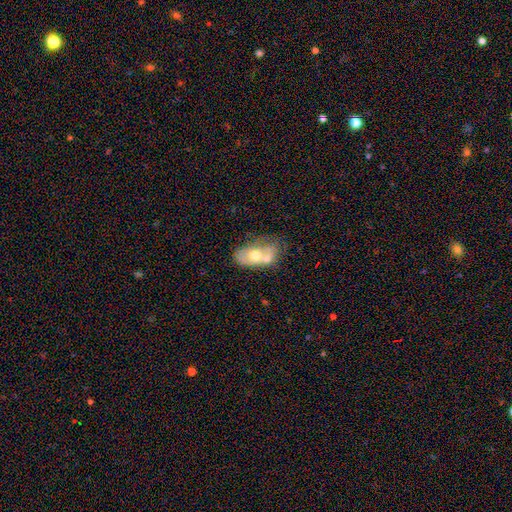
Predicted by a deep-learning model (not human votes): Smooth or featured: smooth — 52% (featured or disk — 41%)
How rounded: in between — 86% (round — 10%)
Merging: merger — 50% (none — 23%)